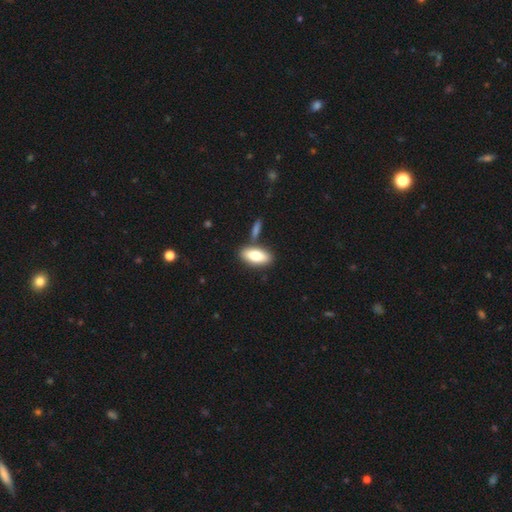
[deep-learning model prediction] smooth 75%, featured or disk 19%, star or artifact 6%. Down the decision tree: how rounded — in between (86%); merging — none (73%).